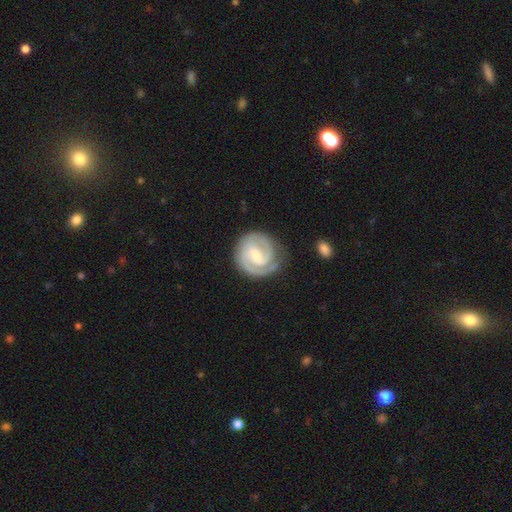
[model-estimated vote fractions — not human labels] Smooth or featured? Predicted: featured or disk (p=0.86). Edge-on disk? Predicted: no (p=0.98). Bar? Predicted: weak (p=0.51). Spiral arms? Predicted: yes (p=0.98). Spiral winding? Predicted: tight (p=0.66). Spiral arm count? Predicted: 2 (p=0.74). Bulge size? Predicted: small (p=0.50). Merging? Predicted: none (p=0.78).